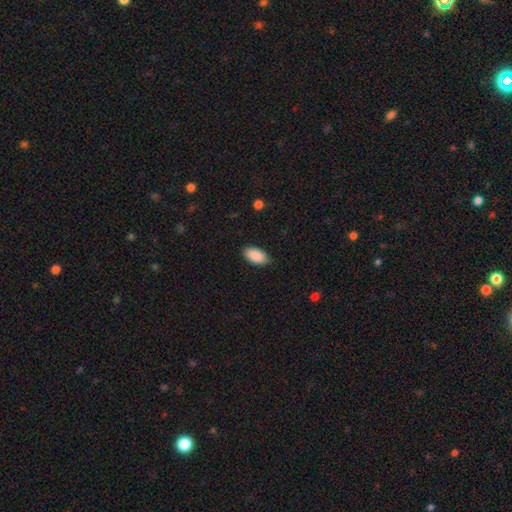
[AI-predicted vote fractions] smooth 90%, star or artifact 6%, featured or disk 3%. Down the decision tree: how rounded — in between (95%); merging — none (86%).